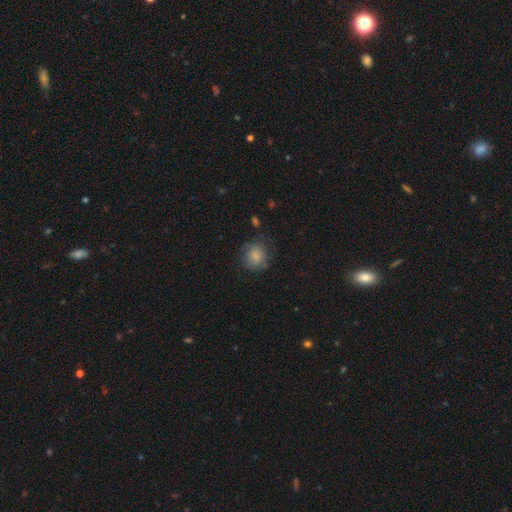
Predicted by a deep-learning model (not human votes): Q: Smooth or featured?
A: smooth (79%); runner-up: featured or disk (12%)
Q: How rounded?
A: round (80%); runner-up: in between (19%)
Q: Merging?
A: none (66%); runner-up: minor disturbance (22%)